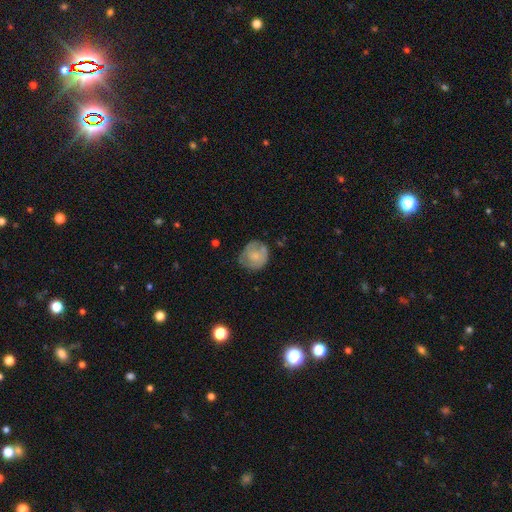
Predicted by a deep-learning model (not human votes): This is possibly a smooth galaxy (55%). How rounded: likely round (80%). Merging: possibly none (59%).